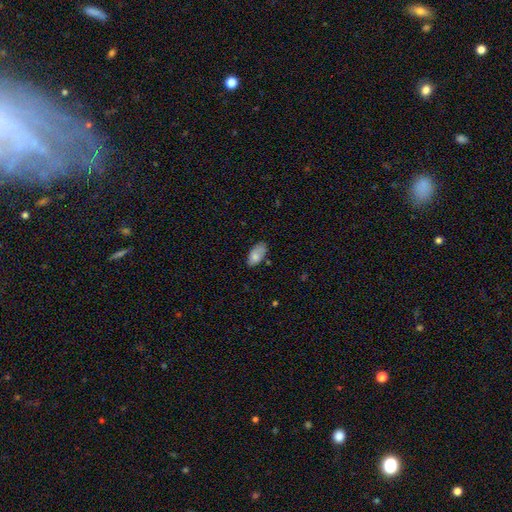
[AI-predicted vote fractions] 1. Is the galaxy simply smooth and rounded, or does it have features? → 81% smooth, 12% featured or disk, 7% star or artifact.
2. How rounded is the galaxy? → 94% in between, 3% cigar-shaped, 3% round.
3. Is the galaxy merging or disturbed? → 63% none, 27% minor disturbance, 6% major disturbance, 4% merger.